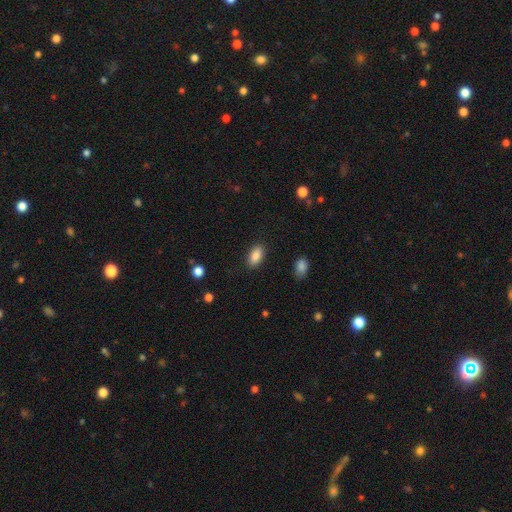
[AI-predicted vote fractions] Smooth or featured? smooth (87%)
How rounded? in between (90%)
Merging? none (88%)